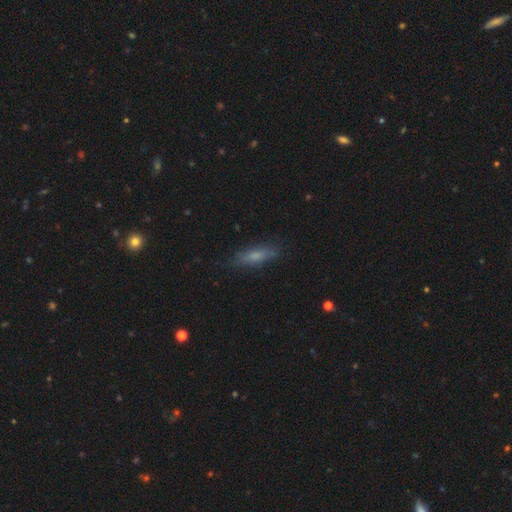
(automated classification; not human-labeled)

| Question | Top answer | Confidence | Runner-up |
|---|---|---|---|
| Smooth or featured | smooth | 64% | featured or disk (26%) |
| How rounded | cigar-shaped | 62% | in between (35%) |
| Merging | none | 81% | minor disturbance (14%) |